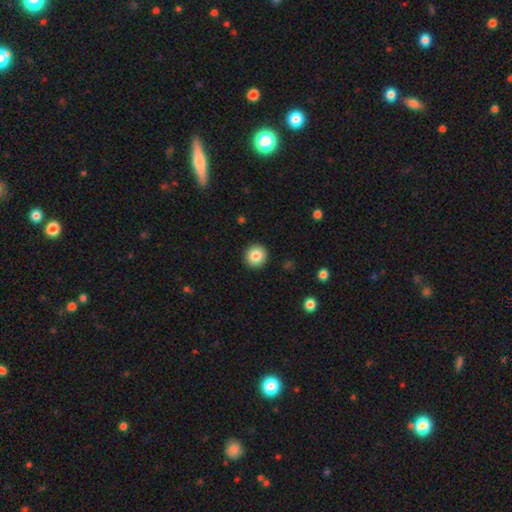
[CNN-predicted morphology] smooth 85%, star or artifact 9%, featured or disk 6%. Down the decision tree: how rounded — round (94%); merging — none (92%).